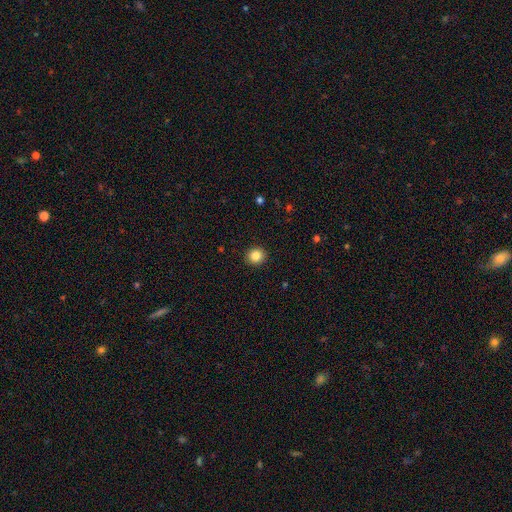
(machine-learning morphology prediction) Smooth or featured? smooth (85%)
How rounded? round (92%)
Merging? none (93%)